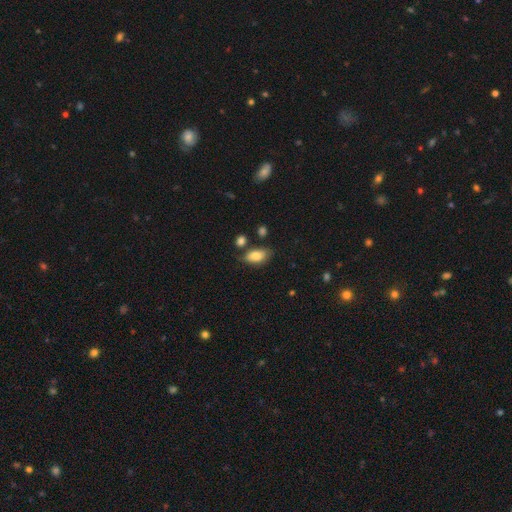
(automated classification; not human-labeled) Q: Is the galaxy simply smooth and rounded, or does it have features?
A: smooth — 82%.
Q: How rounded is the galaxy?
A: in between — 90%.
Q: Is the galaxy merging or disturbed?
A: none — 65%.